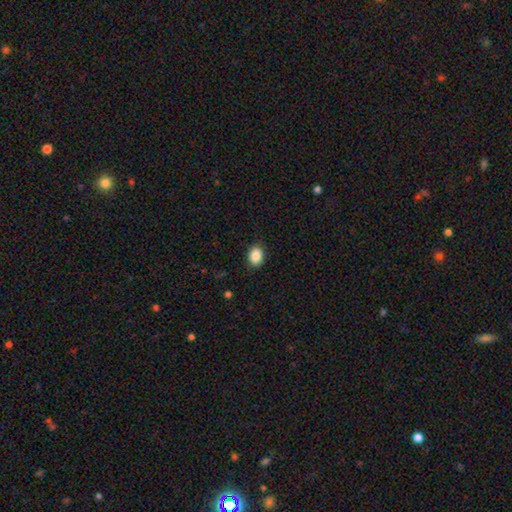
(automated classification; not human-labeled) The model was most divided on "how rounded": in between: 76%, round: 23%, cigar-shaped: 1%. More confident: smooth or featured — smooth (89%); merging — none (88%).